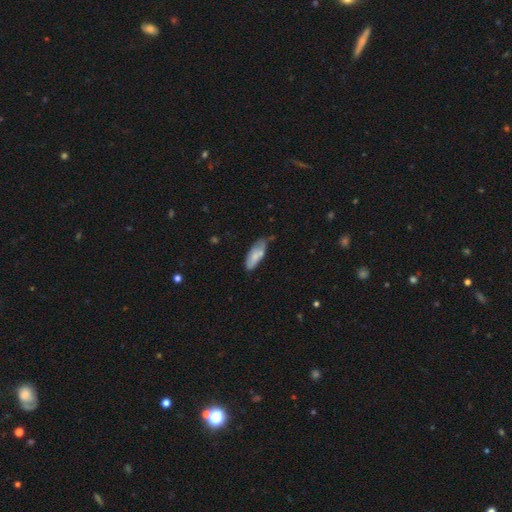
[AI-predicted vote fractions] Overall: smooth (70%). How rounded: in between (73%). Merging: none (52%; minor disturbance 33%).